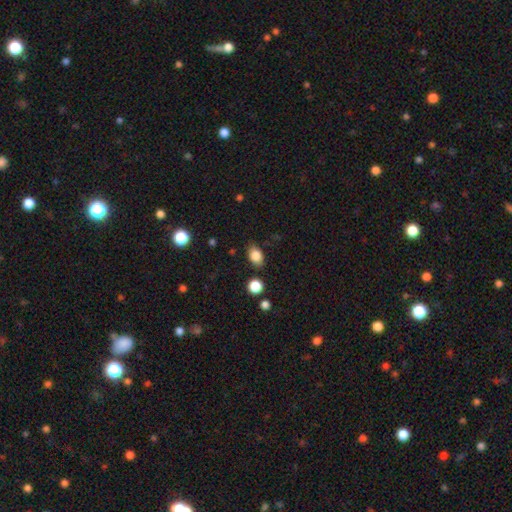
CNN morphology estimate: Smooth or featured?
  - smooth: 84% *
  - star or artifact: 9%
  - featured or disk: 7%
How rounded?
  - in between: 80% *
  - round: 18%
  - cigar-shaped: 2%
Merging?
  - none: 82% *
  - minor disturbance: 12%
  - major disturbance: 3%
  - merger: 3%